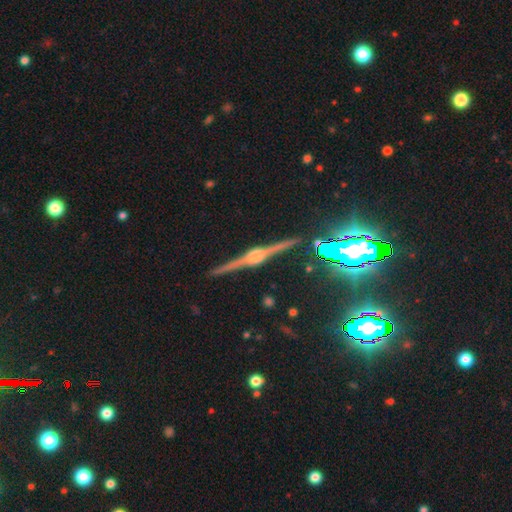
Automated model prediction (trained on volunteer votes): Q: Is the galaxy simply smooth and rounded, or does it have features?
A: featured or disk — 86%.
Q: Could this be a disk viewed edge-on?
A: yes — 98%.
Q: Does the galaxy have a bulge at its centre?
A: rounded — 78%.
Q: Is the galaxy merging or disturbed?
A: none — 91%.